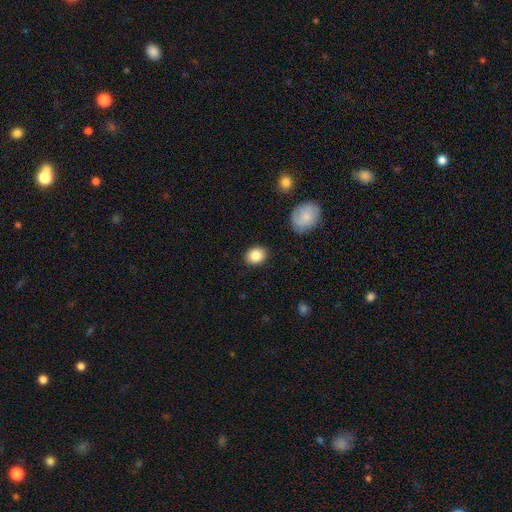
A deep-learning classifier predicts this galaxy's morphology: smooth_or_featured: smooth (p=0.86) [alt: star or artifact p=0.08]
how_rounded: in between (p=0.52) [alt: round p=0.47]
merging: none (p=0.88) [alt: minor disturbance p=0.09]